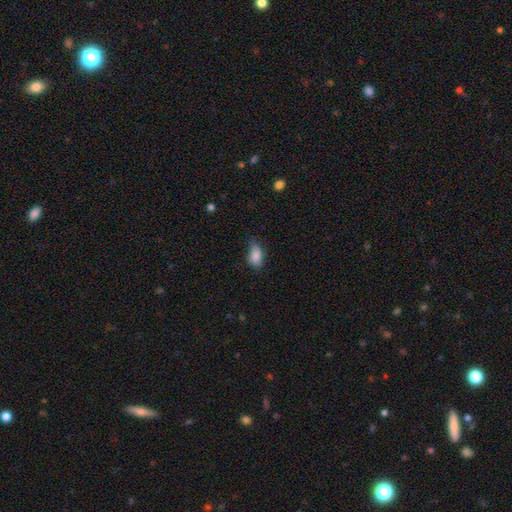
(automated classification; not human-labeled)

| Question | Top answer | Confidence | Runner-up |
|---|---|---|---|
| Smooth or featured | smooth | 83% | featured or disk (9%) |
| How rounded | in between | 88% | round (8%) |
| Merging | none | 43% | tied: minor disturbance (43%) |